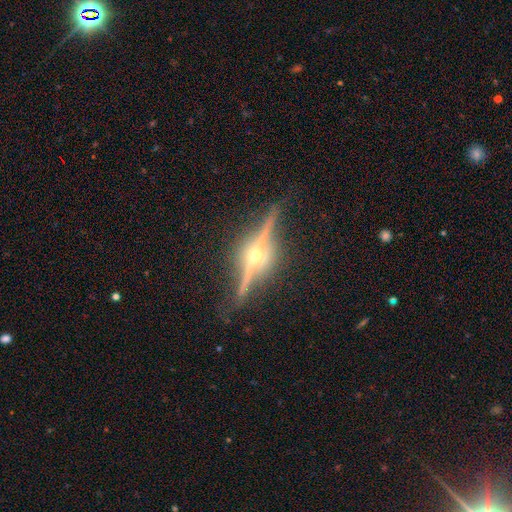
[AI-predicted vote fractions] Smooth or featured: featured or disk — 89% (star or artifact — 7%)
Edge-on disk: yes — 98% (no — 2%)
Edge-on bulge: rounded — 94% (boxy — 4%)
Merging: none — 86% (minor disturbance — 10%)